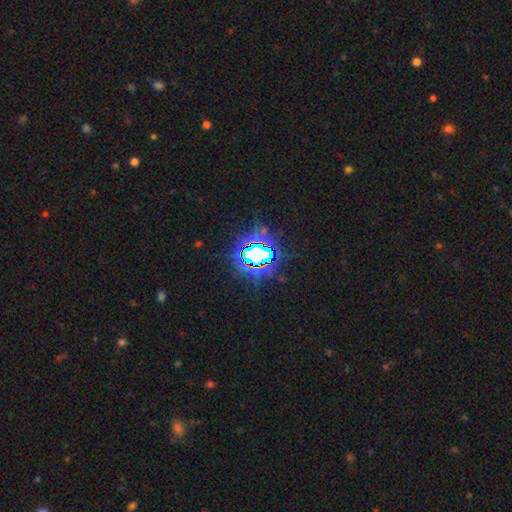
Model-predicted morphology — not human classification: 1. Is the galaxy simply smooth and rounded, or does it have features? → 76% star or artifact, 12% featured or disk, 11% smooth.